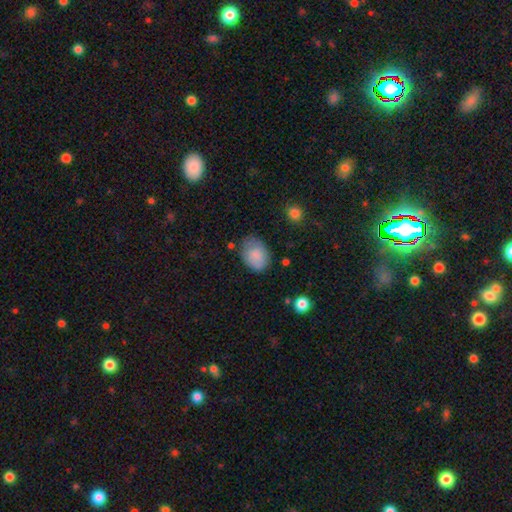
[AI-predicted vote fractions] The model was most divided on "merging": none: 63%, minor disturbance: 27%, major disturbance: 8%, merger: 3%. More confident: smooth or featured — smooth (83%); how rounded — in between (72%).